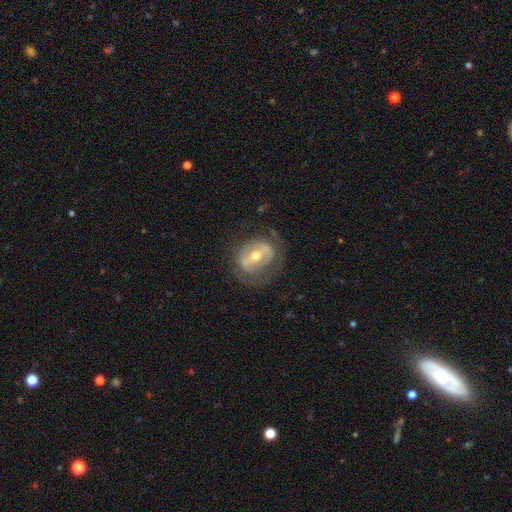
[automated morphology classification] smooth_or_featured: featured or disk (p=0.71) [alt: smooth p=0.22]
disk_edge_on: no (p=0.94) [alt: yes p=0.06]
bar: strong (p=0.49) [alt: weak p=0.32]
has_spiral_arms: no (p=0.59) [alt: yes p=0.41]
bulge_size: moderate (p=0.63) [alt: small p=0.32]
merging: none (p=0.63) [alt: minor disturbance p=0.19]